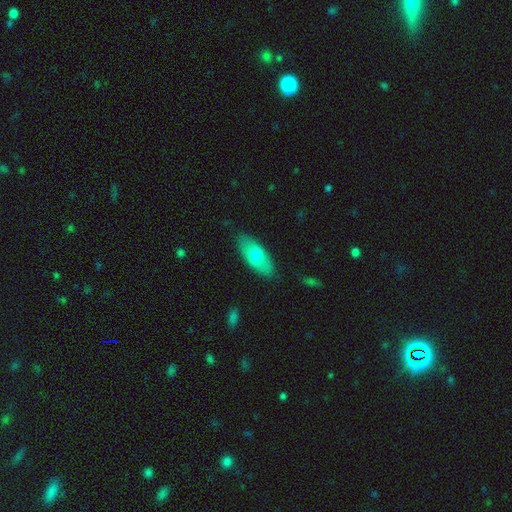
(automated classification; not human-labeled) A smooth galaxy with no disk features (67%) that is in between round and cigar-shaped (84%).

Vote fractions:
- Smooth or featured? smooth: 67% / featured or disk: 28% / star or artifact: 6%
- How rounded? in between: 84% / cigar-shaped: 13% / round: 3%
- Merging? none: 84% / minor disturbance: 12% / major disturbance: 3% / merger: 1%